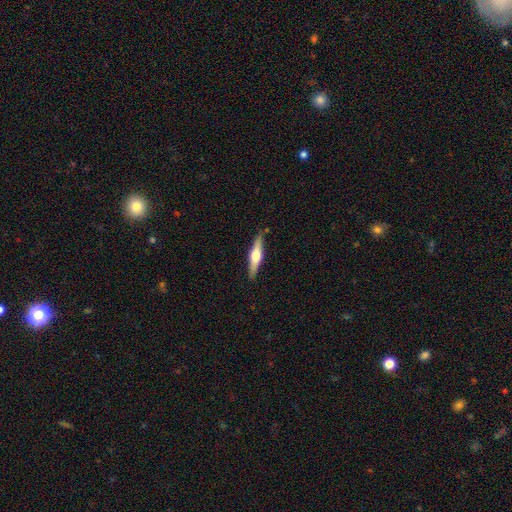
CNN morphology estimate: Overall: featured or disk (63%; smooth 32%). Edge-on disk: yes (97%). Edge-on bulge: rounded (92%). Merging: none (87%).